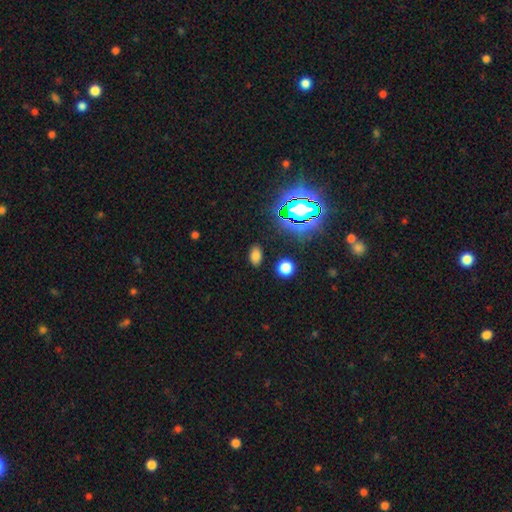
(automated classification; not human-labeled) Smooth or featured? Predicted: smooth (p=0.72). How rounded? Predicted: in between (p=0.86). Merging? Predicted: none (p=0.86).